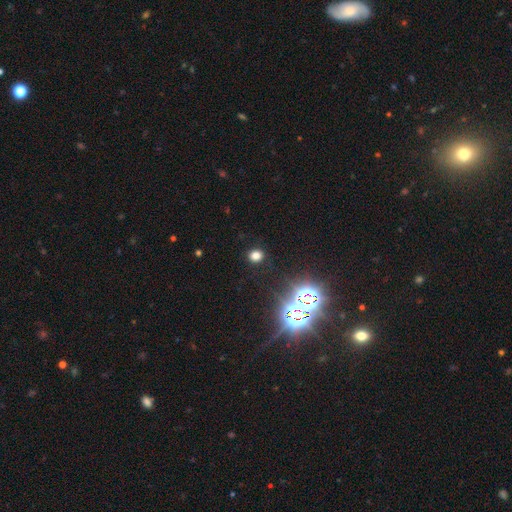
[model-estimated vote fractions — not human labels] Smooth or featured?
  - smooth: 68% *
  - star or artifact: 26%
  - featured or disk: 6%
How rounded?
  - round: 67% *
  - in between: 32%
  - cigar-shaped: 1%
Merging?
  - none: 88% *
  - minor disturbance: 7%
  - major disturbance: 3%
  - merger: 2%